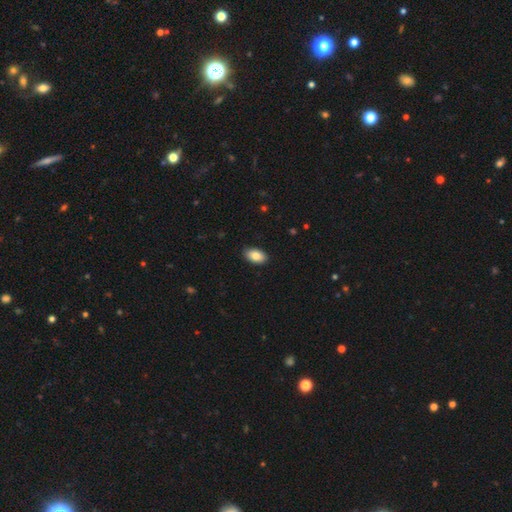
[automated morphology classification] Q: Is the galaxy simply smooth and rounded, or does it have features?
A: smooth — 85%.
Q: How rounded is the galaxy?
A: in between — 94%.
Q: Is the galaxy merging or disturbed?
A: none — 89%.